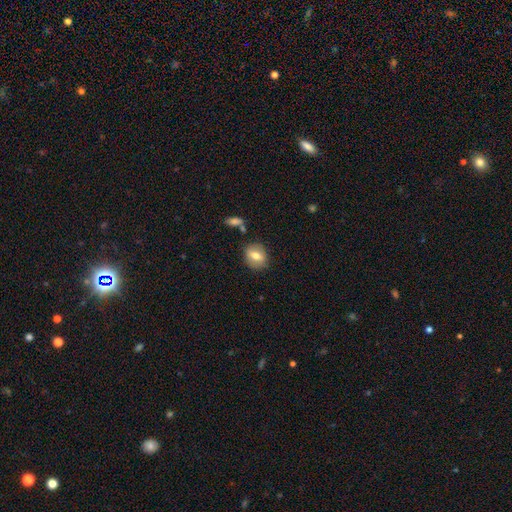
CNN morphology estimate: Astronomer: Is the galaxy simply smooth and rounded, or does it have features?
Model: smooth — 66%.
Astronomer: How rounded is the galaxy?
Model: round — 56% (runner-up: in between, 43%).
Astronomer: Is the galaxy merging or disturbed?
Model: none — 81%.